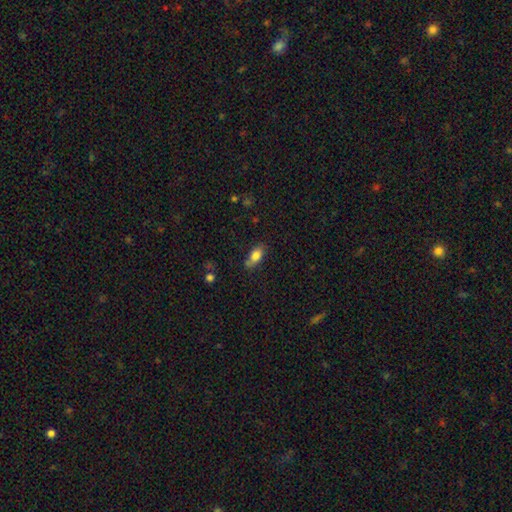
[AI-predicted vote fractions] smooth 80%, featured or disk 12%, star or artifact 8%. Down the decision tree: how rounded — in between (85%); merging — none (70%).